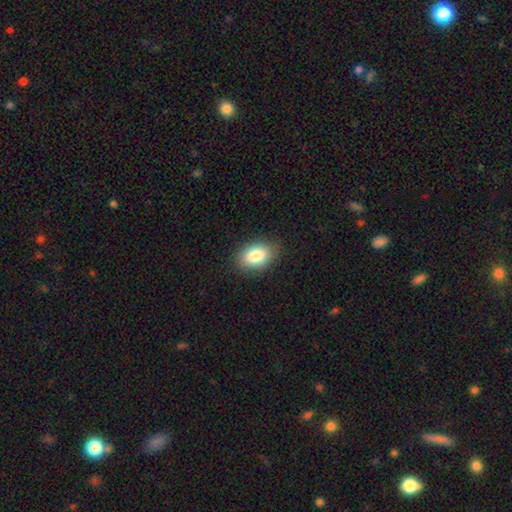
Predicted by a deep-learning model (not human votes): Overall: smooth (84%). How rounded: in between (84%). Merging: none (85%).